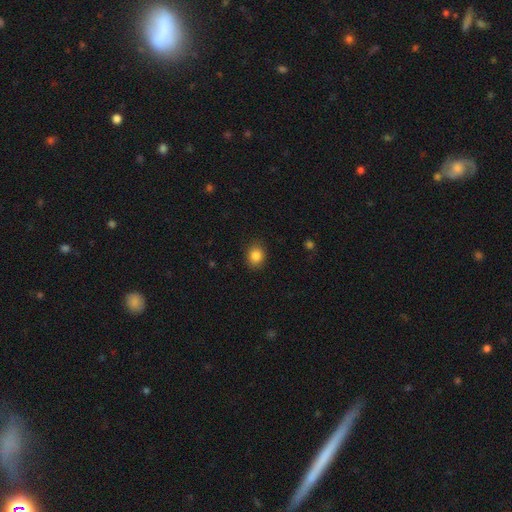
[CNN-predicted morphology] smooth-or-featured: smooth: 85% | star or artifact: 10% | featured or disk: 5%
  how-rounded: round: 61% | in between: 38% | cigar-shaped: 1%
  merging: none: 87% | minor disturbance: 9% | major disturbance: 2% | merger: 1%